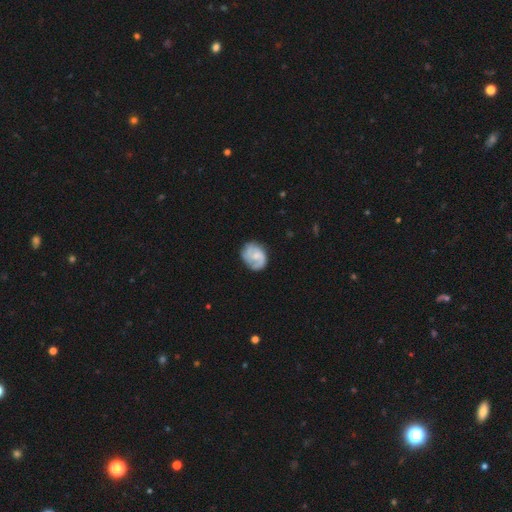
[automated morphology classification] smooth-or-featured: featured or disk: 63% | smooth: 31% | star or artifact: 6%
  disk-edge-on: no: 98% | yes: 2%
    bar: no: 57% | weak: 37% | strong: 6%
    has-spiral-arms: yes: 89% | no: 11%
      spiral-winding: medium: 42% | tight: 40% | loose: 19%
      spiral-arm-count: 2: 59% | can't tell: 18% | 3: 10% | 1: 9% | 4: 2% | more than 4: 2%
    bulge-size: small: 41% | moderate: 30% | none: 23% | large: 5% | dominant: 1%
  merging: none: 70% | minor disturbance: 21% | major disturbance: 8% | merger: 2%